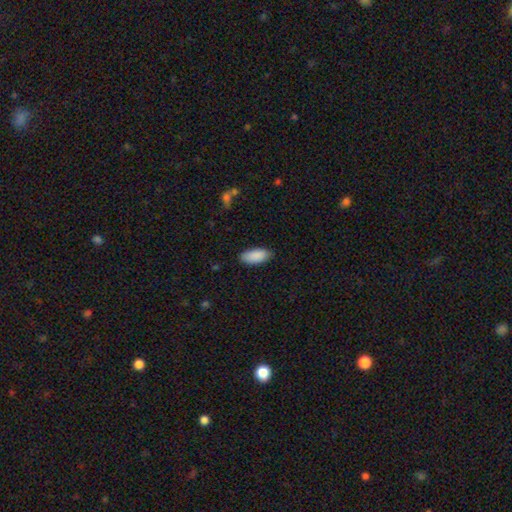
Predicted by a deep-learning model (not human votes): A smooth galaxy with no disk features (90%) that is in between round and cigar-shaped (89%). Merging: none (85%).